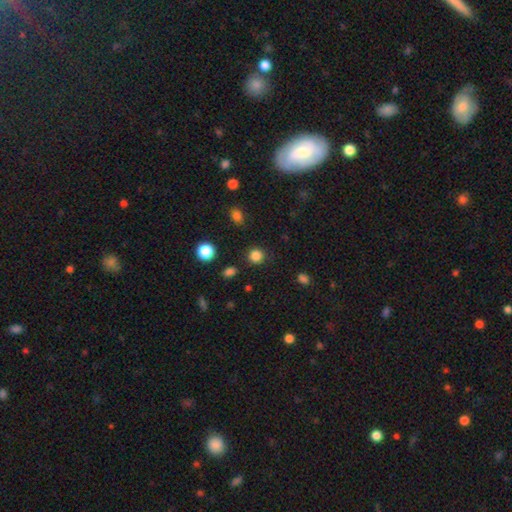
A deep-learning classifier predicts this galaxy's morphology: This is clearly a smooth galaxy (84%). How rounded: clearly round (91%). Merging: clearly none (88%).